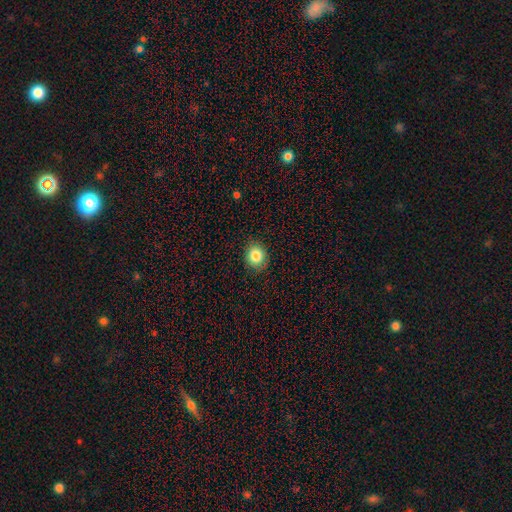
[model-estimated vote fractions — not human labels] Smooth or featured?
  - smooth: 83% *
  - star or artifact: 9%
  - featured or disk: 7%
How rounded?
  - round: 71% *
  - in between: 28%
  - cigar-shaped: 1%
Merging?
  - none: 85% *
  - minor disturbance: 11%
  - major disturbance: 3%
  - merger: 1%